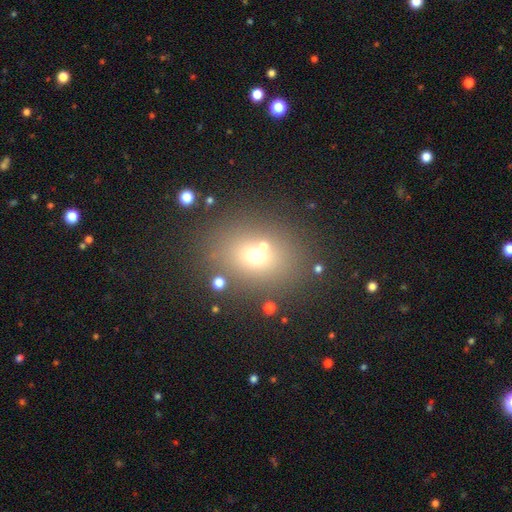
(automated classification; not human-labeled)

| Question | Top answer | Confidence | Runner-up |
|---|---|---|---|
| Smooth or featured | smooth | 63% | star or artifact (22%) |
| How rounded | in between | 52% | round (47%) |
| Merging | none | 72% | merger (12%) |